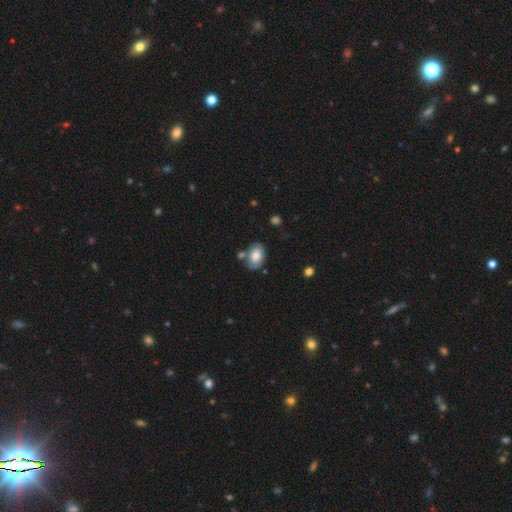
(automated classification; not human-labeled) Smooth or featured?
  - smooth: 75% *
  - featured or disk: 18%
  - star or artifact: 7%
How rounded?
  - in between: 85% *
  - round: 14%
  - cigar-shaped: 1%
Merging?
  - none: 64% *
  - minor disturbance: 19%
  - merger: 11%
  - major disturbance: 5%